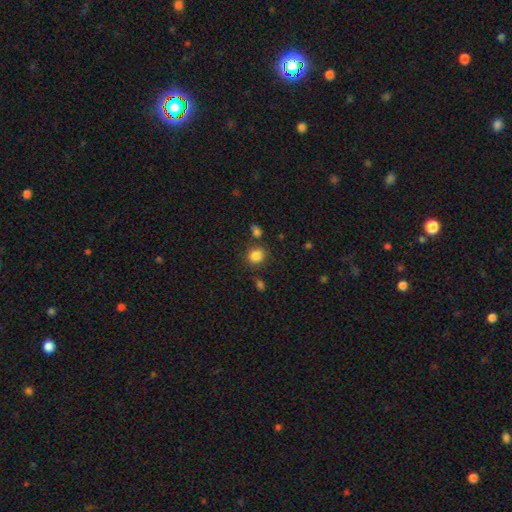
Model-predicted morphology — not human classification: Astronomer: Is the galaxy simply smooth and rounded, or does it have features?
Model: smooth — 84%.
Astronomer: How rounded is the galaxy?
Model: round — 79%.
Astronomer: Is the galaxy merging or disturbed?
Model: none — 78%.